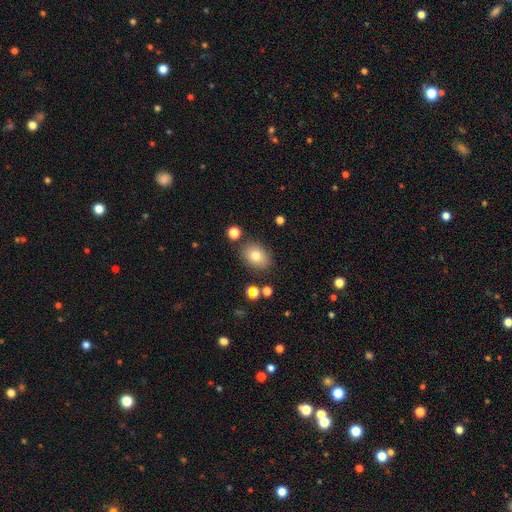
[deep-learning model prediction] Morphology: type=smooth (78%); roundness=in between (69%); merging=none (83%).